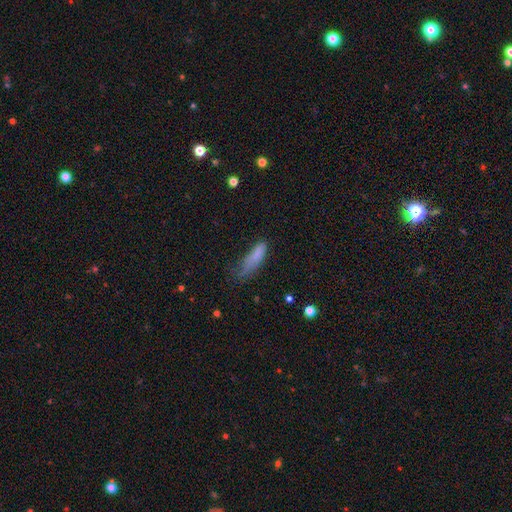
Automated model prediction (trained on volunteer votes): This is likely a smooth galaxy (74%). How rounded: possibly cigar-shaped (56%). Merging: marginally minor disturbance (36%).